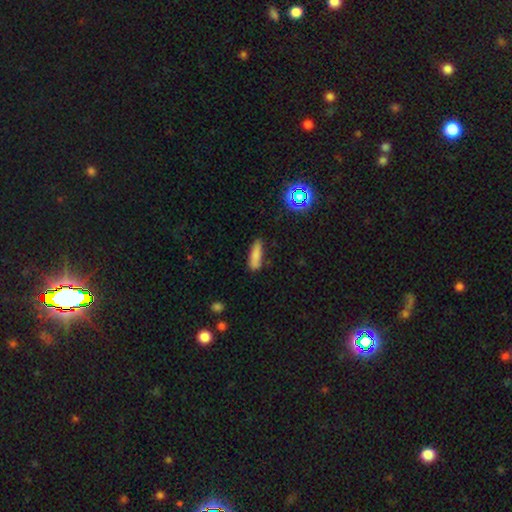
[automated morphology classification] smooth-or-featured: smooth: 82% | star or artifact: 10% | featured or disk: 9%
  how-rounded: cigar-shaped: 57% | in between: 40% | round: 2%
  merging: none: 73% | minor disturbance: 20% | major disturbance: 4% | merger: 3%